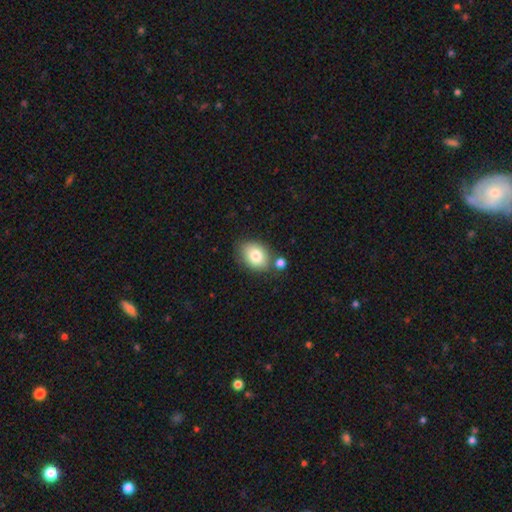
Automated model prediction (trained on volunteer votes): smooth-or-featured: smooth: 81% | featured or disk: 11% | star or artifact: 8%
  how-rounded: in between: 73% | round: 26% | cigar-shaped: 1%
  merging: none: 71% | minor disturbance: 14% | merger: 11% | major disturbance: 4%